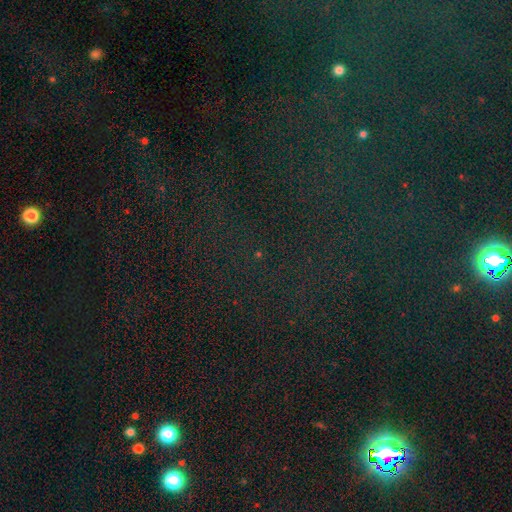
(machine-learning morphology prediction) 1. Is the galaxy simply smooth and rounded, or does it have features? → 80% star or artifact, 12% smooth, 9% featured or disk.